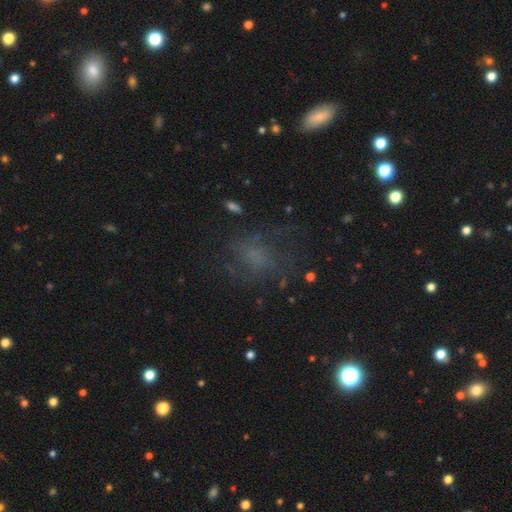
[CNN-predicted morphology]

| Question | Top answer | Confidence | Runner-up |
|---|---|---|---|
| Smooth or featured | featured or disk | 40% | smooth (36%) |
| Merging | none | 58% | major disturbance (21%) |